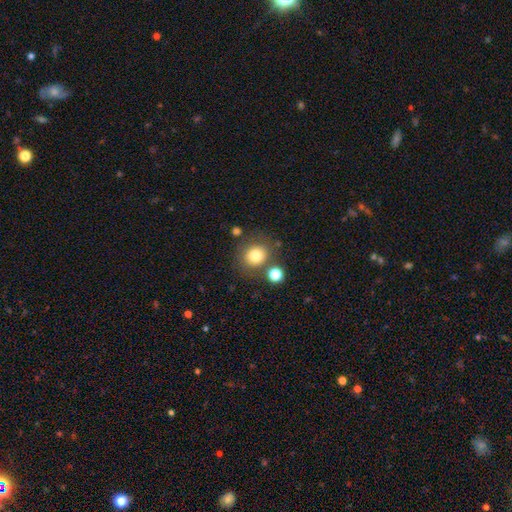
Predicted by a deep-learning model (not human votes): Q: Smooth or featured?
A: smooth (79%); runner-up: star or artifact (12%)
Q: How rounded?
A: round (82%); runner-up: in between (17%)
Q: Merging?
A: none (76%); runner-up: minor disturbance (10%)